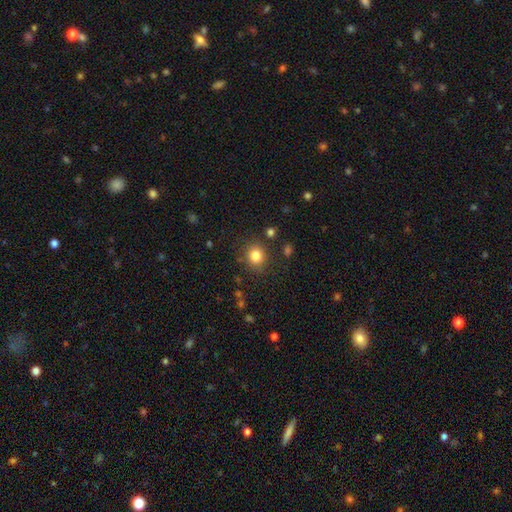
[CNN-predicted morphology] Q: Smooth or featured?
A: smooth (82%); runner-up: star or artifact (12%)
Q: How rounded?
A: round (79%); runner-up: in between (21%)
Q: Merging?
A: none (84%); runner-up: minor disturbance (10%)